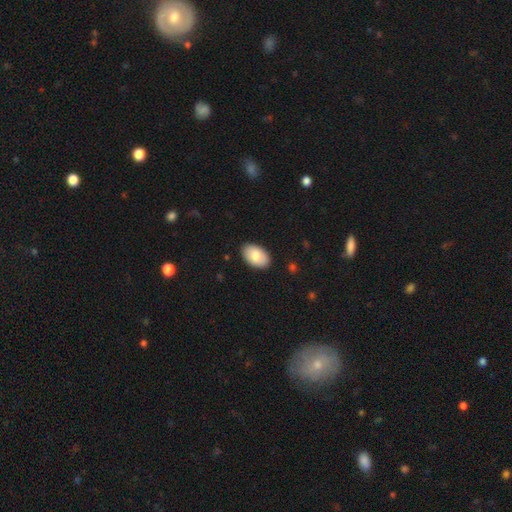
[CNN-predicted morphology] Smooth or featured?
  - smooth: 81% *
  - featured or disk: 13%
  - star or artifact: 6%
How rounded?
  - in between: 94% *
  - round: 5%
  - cigar-shaped: 1%
Merging?
  - none: 87% *
  - minor disturbance: 10%
  - major disturbance: 2%
  - merger: 1%